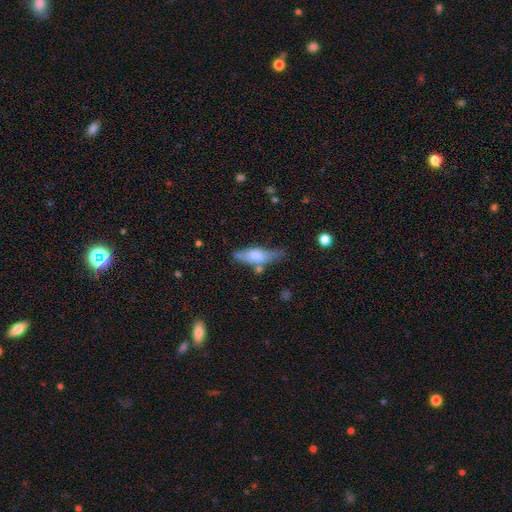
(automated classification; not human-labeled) Q: Smooth or featured?
A: smooth (60%); runner-up: featured or disk (33%)
Q: How rounded?
A: in between (57%); runner-up: cigar-shaped (40%)
Q: Merging?
A: none (55%); runner-up: minor disturbance (28%)